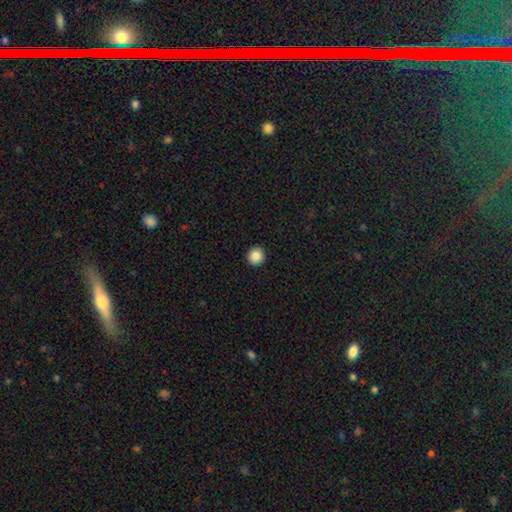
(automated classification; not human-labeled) Overall: smooth (86%). How rounded: round (96%). Merging: none (94%).